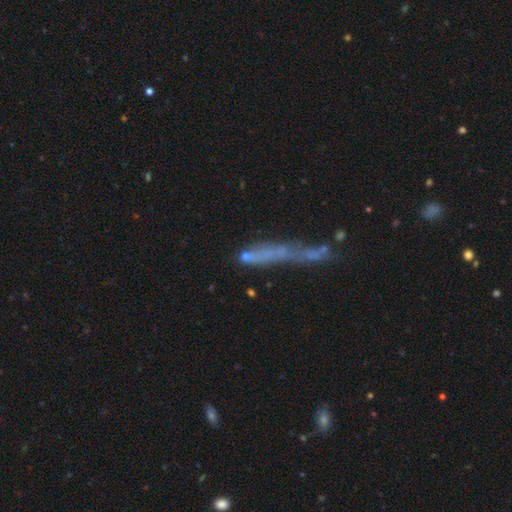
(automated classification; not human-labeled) Smooth or featured? Predicted: smooth (p=0.41). Merging? Predicted: none (p=0.33).